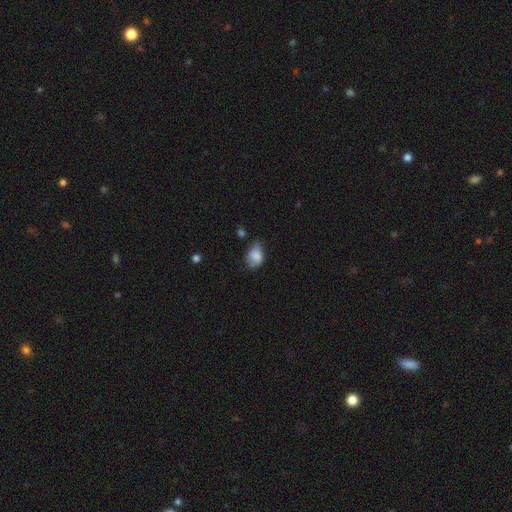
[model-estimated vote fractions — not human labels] Smooth or featured? smooth (79%)
How rounded? in between (77%)
Merging? minor disturbance (42%, tied with none)